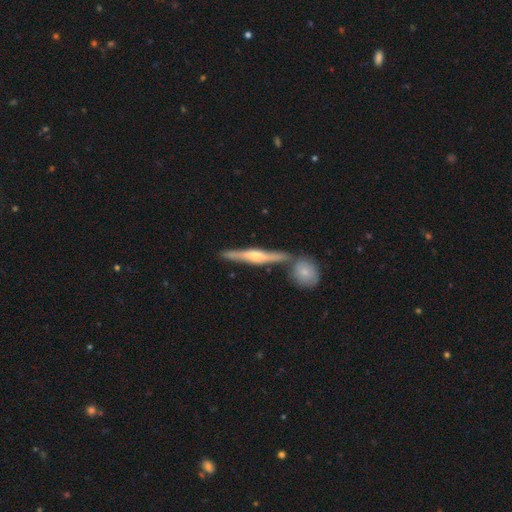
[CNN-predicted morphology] featured or disk 74%, smooth 20%, star or artifact 6%. Down the decision tree: edge-on disk — yes (96%); edge-on bulge — rounded (85%); merging — none (75%).